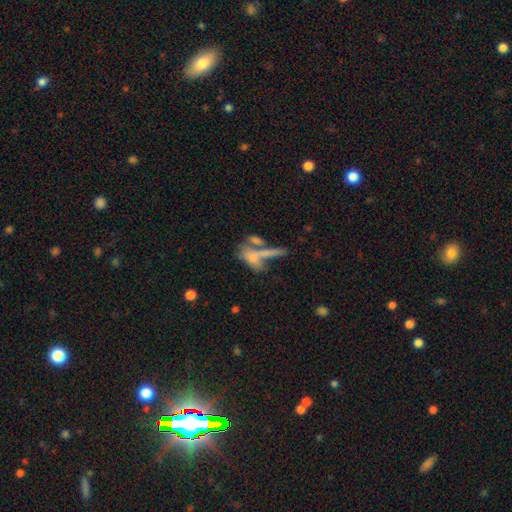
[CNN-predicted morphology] The model was most divided on "how rounded": in between: 52%, cigar-shaped: 38%, round: 10%. Remaining: smooth or featured — smooth (57%); merging — merger (45%).